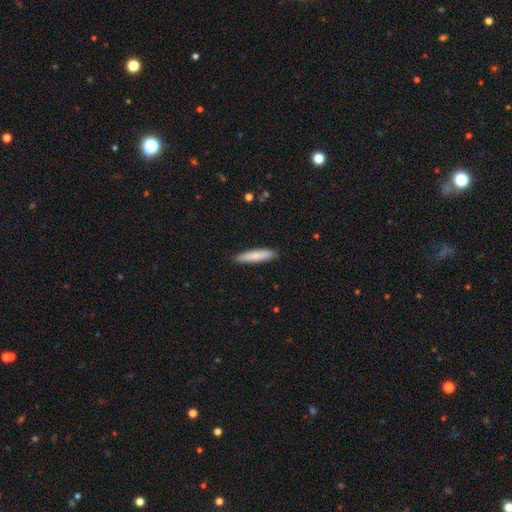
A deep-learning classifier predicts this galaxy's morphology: smooth 79%, featured or disk 15%, star or artifact 6%. Down the decision tree: how rounded — cigar-shaped (86%); merging — none (90%).